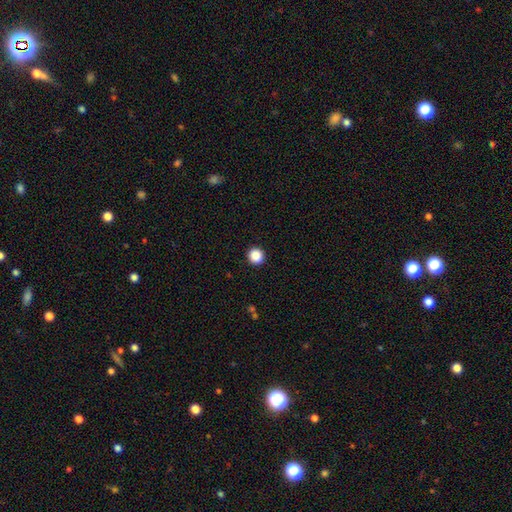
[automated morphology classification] Smooth or featured? smooth (88%)
How rounded? round (95%)
Merging? none (93%)